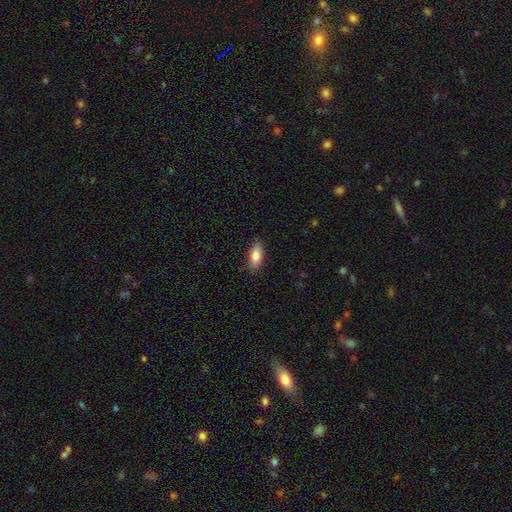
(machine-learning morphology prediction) Q: Smooth or featured?
A: smooth (82%); runner-up: featured or disk (12%)
Q: How rounded?
A: in between (85%); runner-up: cigar-shaped (13%)
Q: Merging?
A: none (86%); runner-up: minor disturbance (11%)